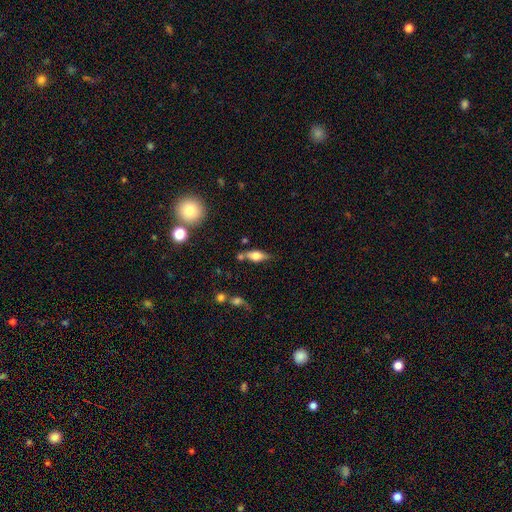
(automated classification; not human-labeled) Smooth or featured? smooth (59%)
How rounded? in between (71%)
Merging? none (61%)